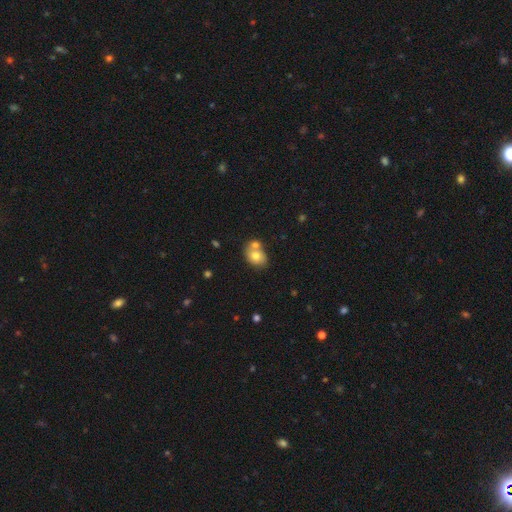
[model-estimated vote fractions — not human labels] Q: Smooth or featured?
A: smooth (73%); runner-up: featured or disk (18%)
Q: How rounded?
A: in between (62%); runner-up: round (37%)
Q: Merging?
A: merger (44%); runner-up: none (40%)